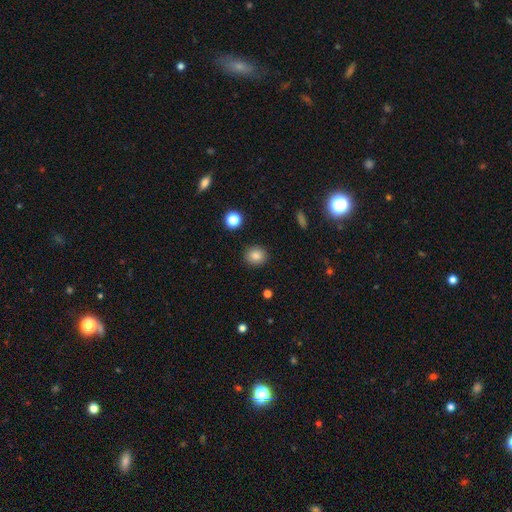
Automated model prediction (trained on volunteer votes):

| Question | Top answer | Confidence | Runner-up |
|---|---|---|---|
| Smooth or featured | smooth | 85% | star or artifact (10%) |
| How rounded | round | 80% | in between (19%) |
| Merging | none | 90% | minor disturbance (7%) |